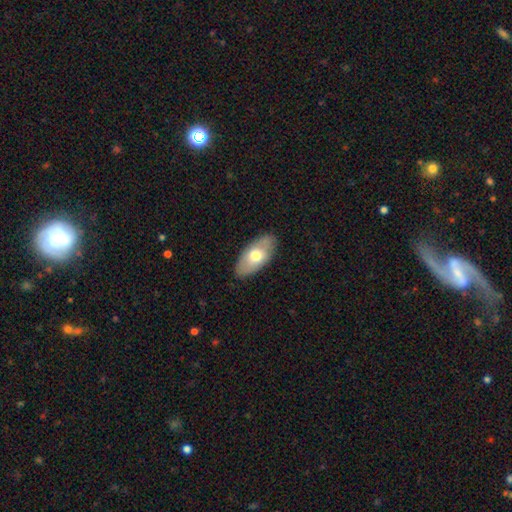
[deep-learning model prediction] The model was most divided on "smooth or featured": smooth: 66%, featured or disk: 28%, star or artifact: 6%. More confident: how rounded — in between (92%); merging — none (84%).